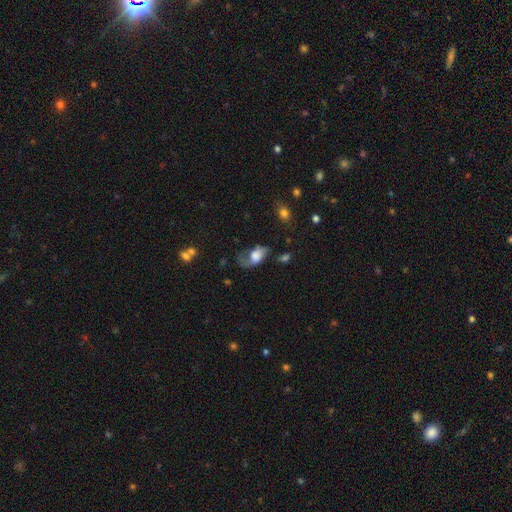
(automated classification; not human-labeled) Smooth or featured: smooth — 48% (featured or disk — 42%)
Merging: major disturbance — 39% (none — 32%)